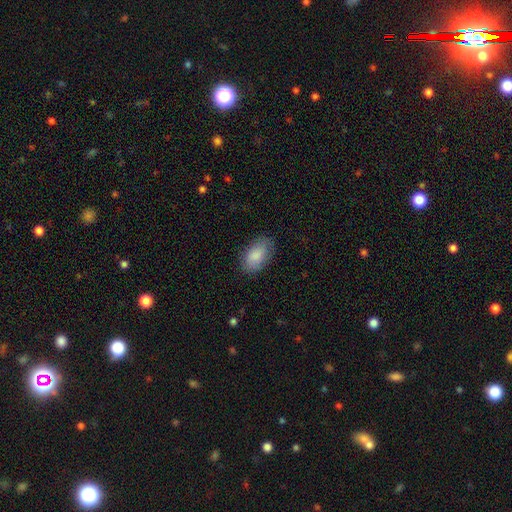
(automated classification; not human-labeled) The model was most divided on "merging": none: 81%, minor disturbance: 15%, major disturbance: 4%, merger: 1%. More confident: how rounded — in between (94%); smooth or featured — smooth (87%).